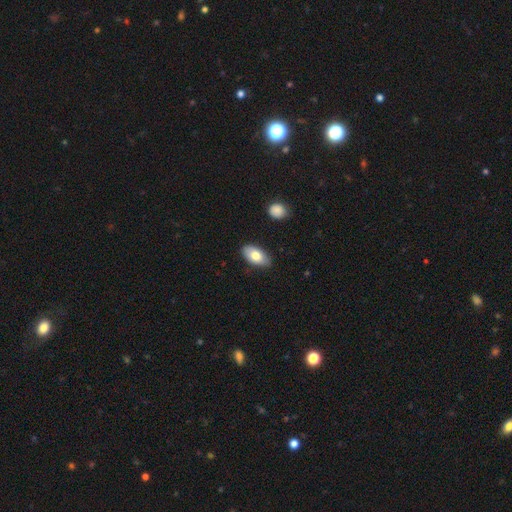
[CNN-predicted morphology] The model was most divided on "smooth or featured": smooth: 79%, featured or disk: 15%, star or artifact: 6%. More confident: how rounded — in between (94%); merging — none (85%).